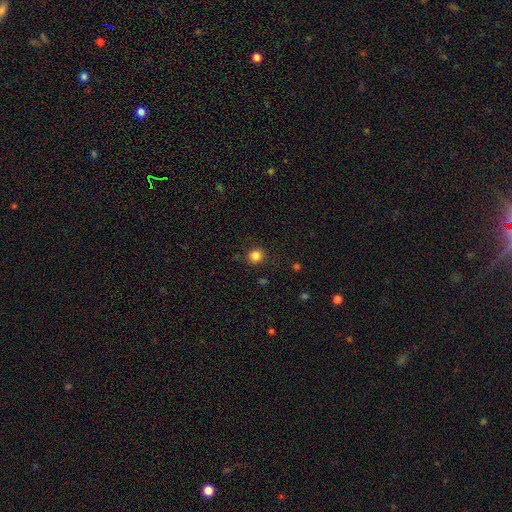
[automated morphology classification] smooth_or_featured: smooth (p=0.84) [alt: star or artifact p=0.12]
how_rounded: round (p=0.89) [alt: in between p=0.10]
merging: none (p=0.89) [alt: minor disturbance p=0.07]